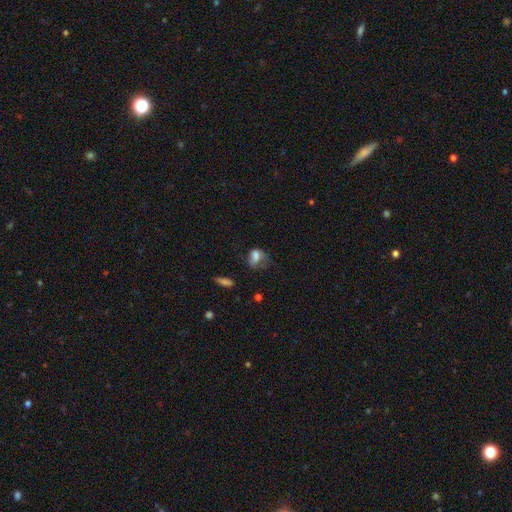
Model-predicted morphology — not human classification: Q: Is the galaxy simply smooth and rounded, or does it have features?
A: smooth — 67%.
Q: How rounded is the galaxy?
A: in between — 72%.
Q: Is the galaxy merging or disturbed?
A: major disturbance — 40%.